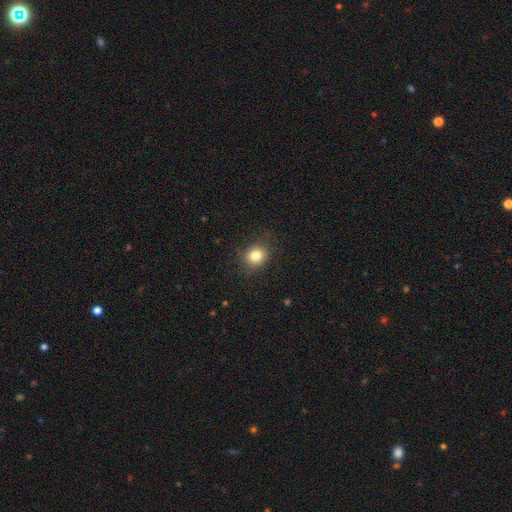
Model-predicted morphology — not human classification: Overall: smooth (81%). How rounded: round (67%; in between 32%). Merging: none (84%).